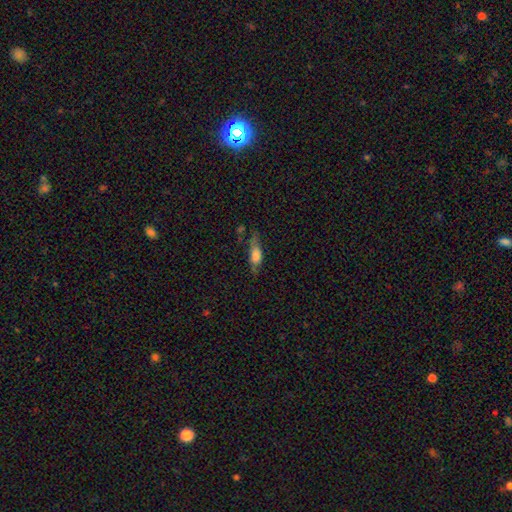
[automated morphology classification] type=smooth (64%); roundness=in between (56%); merging=none (49%).